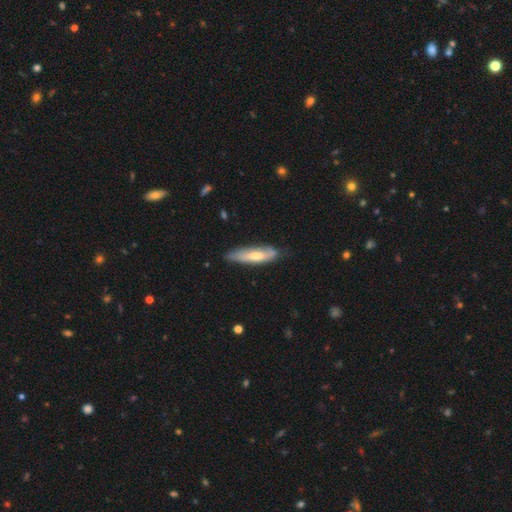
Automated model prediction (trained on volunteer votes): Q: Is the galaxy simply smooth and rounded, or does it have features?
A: smooth — 52%.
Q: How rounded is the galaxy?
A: cigar-shaped — 68%.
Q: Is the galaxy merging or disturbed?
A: none — 69%.